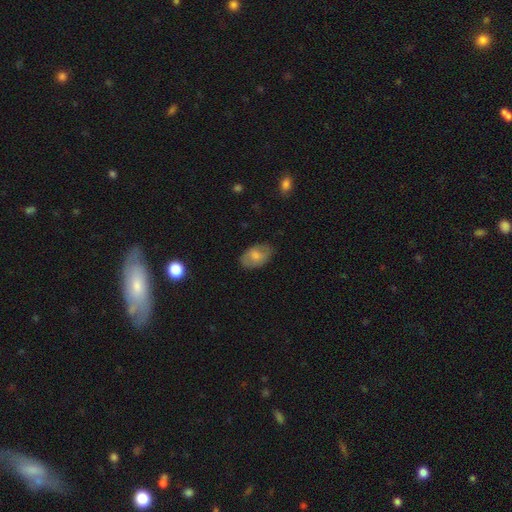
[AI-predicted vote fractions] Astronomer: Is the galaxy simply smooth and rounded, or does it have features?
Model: smooth — 67%.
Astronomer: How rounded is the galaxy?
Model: in between — 90%.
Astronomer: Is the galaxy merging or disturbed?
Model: none — 77%.